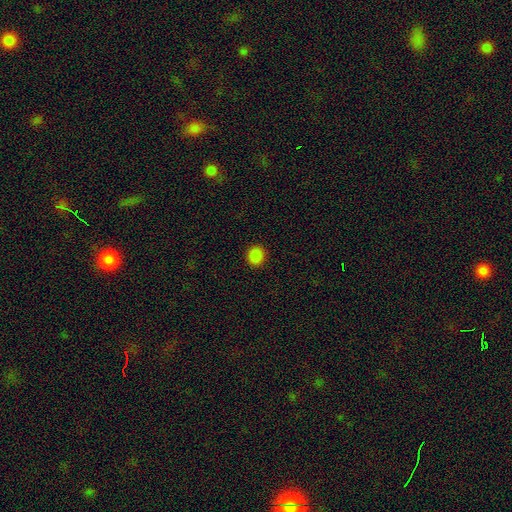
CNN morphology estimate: A smooth galaxy with no disk features (86%) that is round (74%). Merging: none (92%).